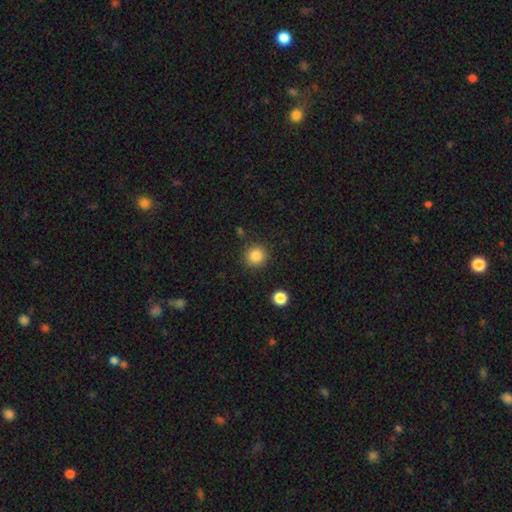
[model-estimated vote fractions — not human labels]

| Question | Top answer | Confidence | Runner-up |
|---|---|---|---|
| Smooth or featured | smooth | 85% | star or artifact (10%) |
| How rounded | round | 92% | in between (7%) |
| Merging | none | 89% | minor disturbance (7%) |